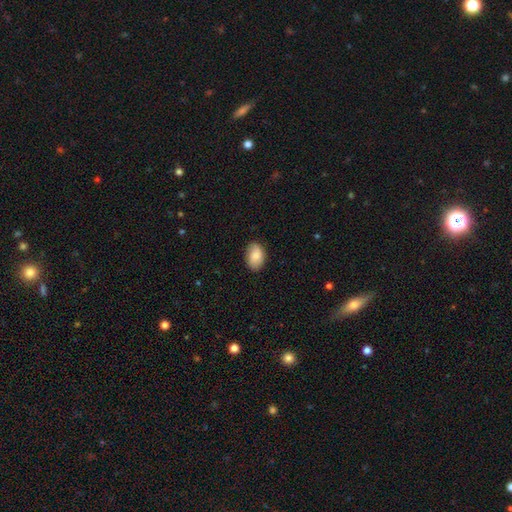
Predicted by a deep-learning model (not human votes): A smooth galaxy with no disk features (82%) that is in between round and cigar-shaped (89%).

Vote fractions:
- Smooth or featured? smooth: 82% / featured or disk: 11% / star or artifact: 7%
- How rounded? in between: 89% / round: 10% / cigar-shaped: 1%
- Merging? none: 80% / minor disturbance: 16% / major disturbance: 3% / merger: 1%